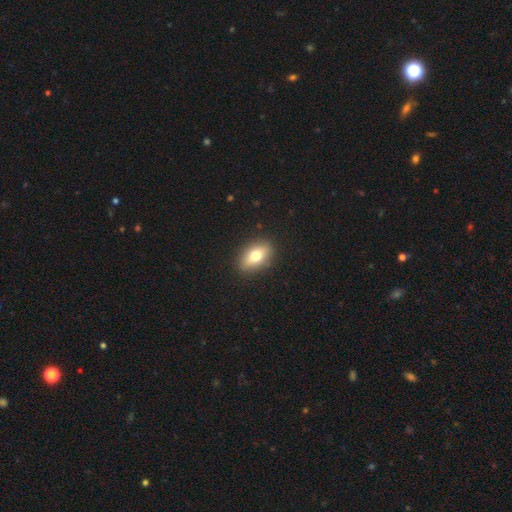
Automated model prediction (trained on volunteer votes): Smooth or featured: smooth — 72% (featured or disk — 19%)
How rounded: in between — 83% (round — 13%)
Merging: none — 89% (minor disturbance — 8%)